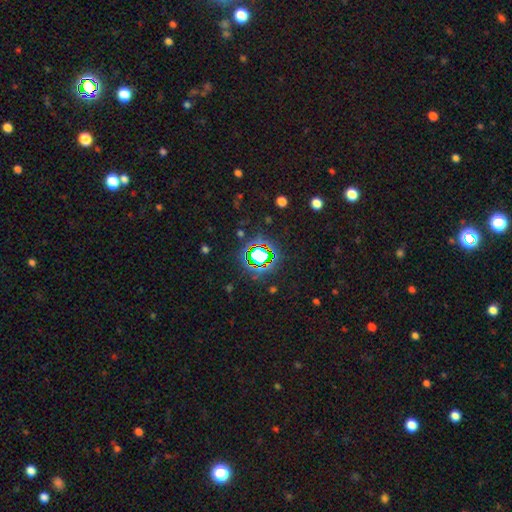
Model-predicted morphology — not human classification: The model was most divided on "smooth or featured": star or artifact: 69%, smooth: 19%, featured or disk: 12%.